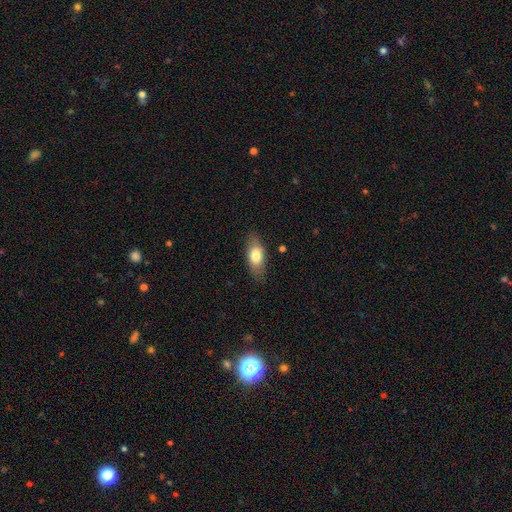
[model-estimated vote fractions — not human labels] A smooth galaxy with no disk features (74%) that is in between round and cigar-shaped (84%). Merging: none (80%).